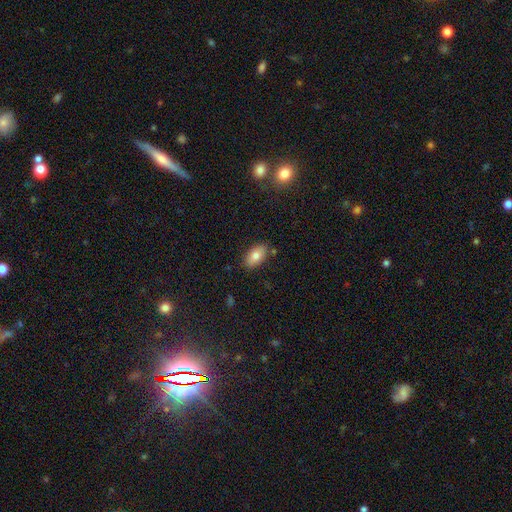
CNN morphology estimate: A smooth galaxy with no disk features (80%) that is in between round and cigar-shaped (93%). Merging: none (83%).